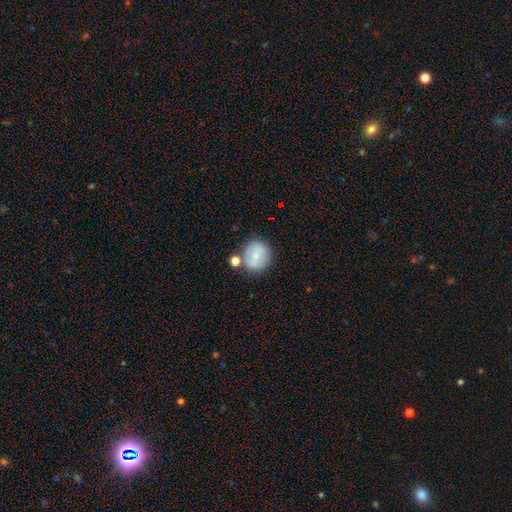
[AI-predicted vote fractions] Smooth or featured? smooth (62%)
How rounded? round (85%)
Merging? none (67%)